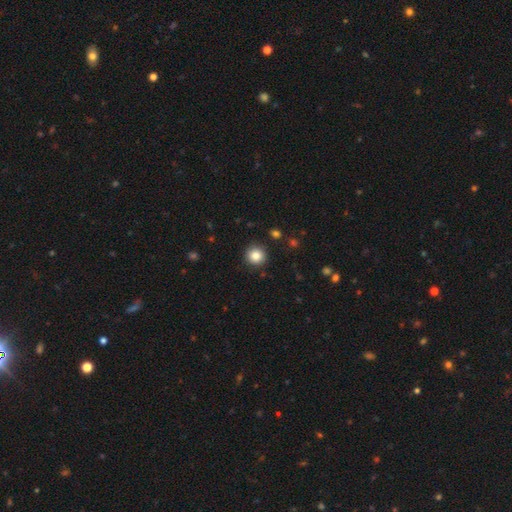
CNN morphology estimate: Smooth or featured?
  - smooth: 85% *
  - star or artifact: 10%
  - featured or disk: 5%
How rounded?
  - round: 94% *
  - in between: 5%
  - cigar-shaped: 1%
Merging?
  - none: 90% *
  - minor disturbance: 6%
  - major disturbance: 2%
  - merger: 1%